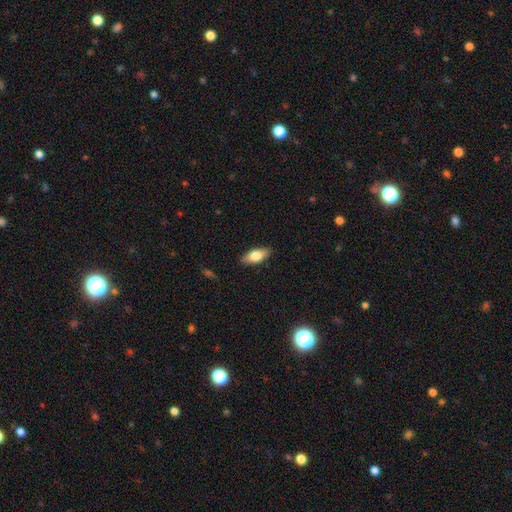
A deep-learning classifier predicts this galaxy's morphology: Smooth or featured? smooth (71%)
How rounded? in between (81%)
Merging? none (88%)